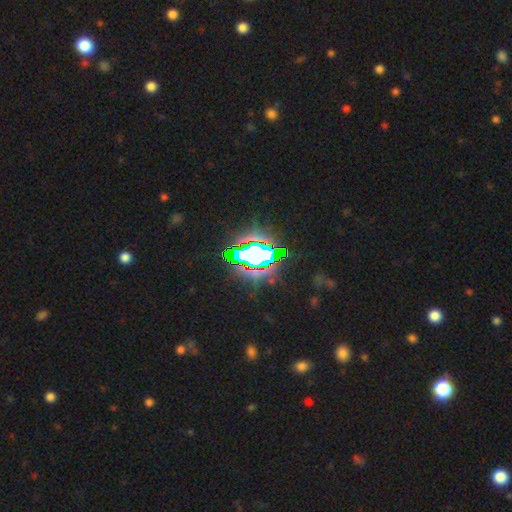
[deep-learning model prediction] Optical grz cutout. It shows a star or artifact, not a galaxy (71%).